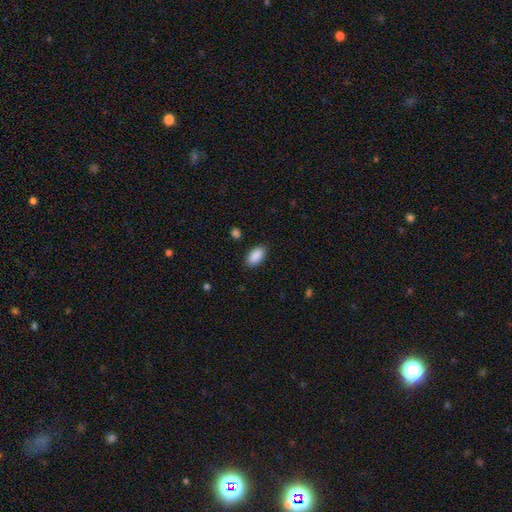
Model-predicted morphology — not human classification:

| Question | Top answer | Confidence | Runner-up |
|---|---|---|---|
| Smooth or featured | smooth | 90% | star or artifact (7%) |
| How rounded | in between | 94% | cigar-shaped (3%) |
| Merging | none | 88% | minor disturbance (8%) |